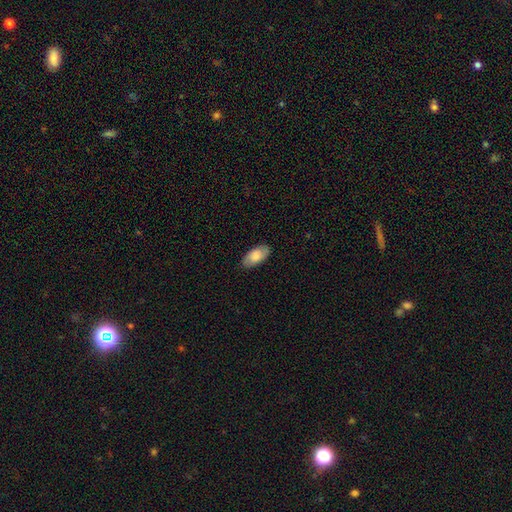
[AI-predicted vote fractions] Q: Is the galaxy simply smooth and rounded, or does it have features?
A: smooth — 82%.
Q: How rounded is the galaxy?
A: in between — 93%.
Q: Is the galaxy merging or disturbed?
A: none — 86%.